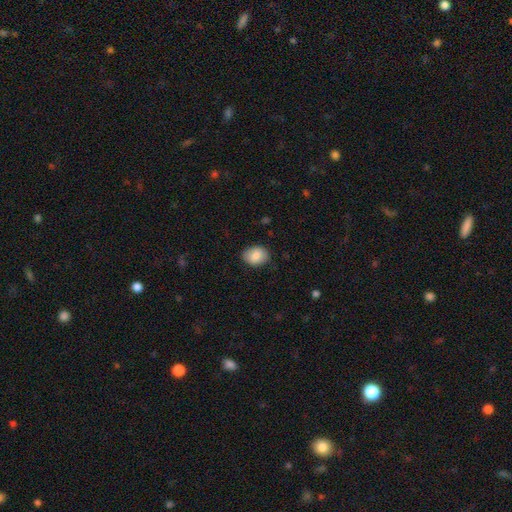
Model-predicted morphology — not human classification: smooth 85%, featured or disk 8%, star or artifact 7%. Down the decision tree: how rounded — in between (60%); merging — none (82%).